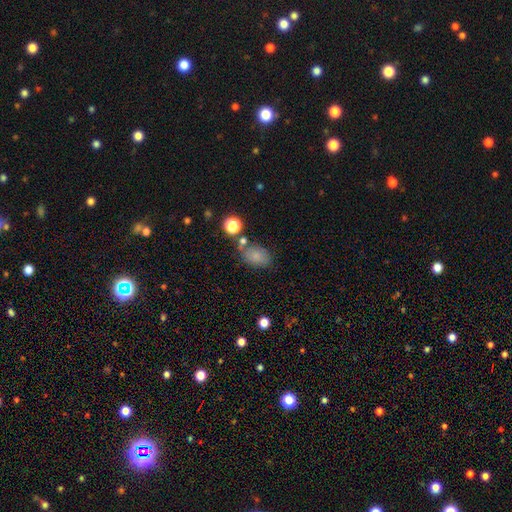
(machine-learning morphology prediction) This is likely a smooth galaxy (79%). How rounded: clearly in between (83%). Merging: likely none (65%).